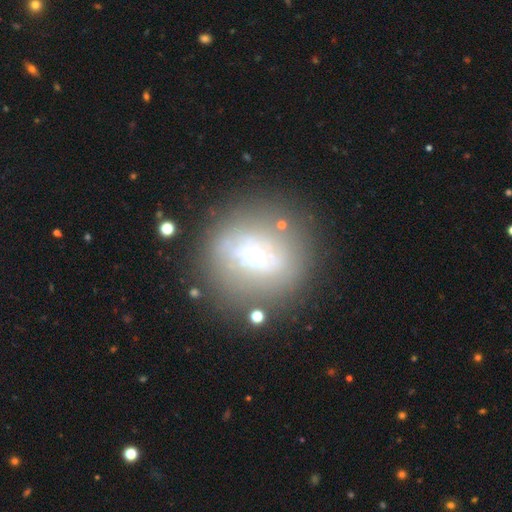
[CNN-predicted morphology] Overall: featured or disk (48%; smooth 34%). Merging: none (63%).